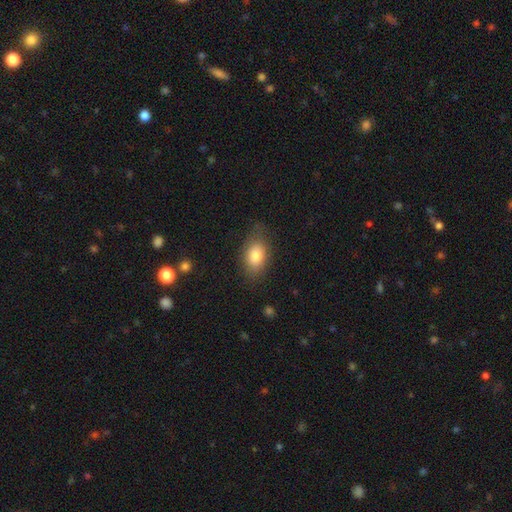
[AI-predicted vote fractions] smooth 80%, featured or disk 12%, star or artifact 8%. Down the decision tree: how rounded — in between (85%); merging — none (75%).